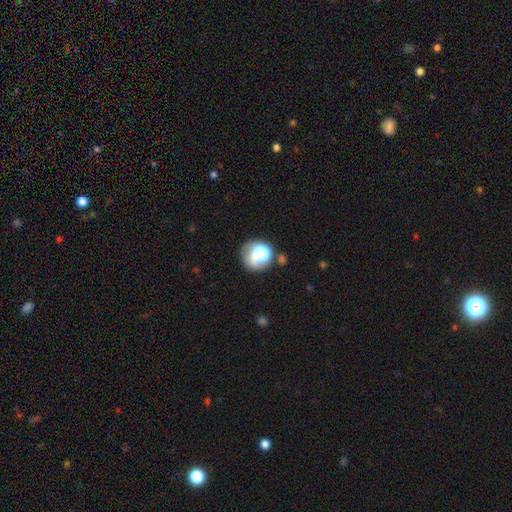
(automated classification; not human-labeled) Smooth or featured? smooth (56%)
How rounded? round (76%)
Merging? none (48%)